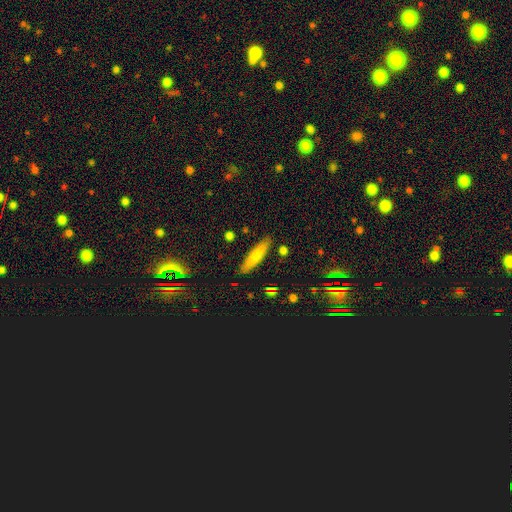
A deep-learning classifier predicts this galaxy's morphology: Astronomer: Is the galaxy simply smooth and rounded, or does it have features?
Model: smooth — 68%.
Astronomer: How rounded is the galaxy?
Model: cigar-shaped — 76%.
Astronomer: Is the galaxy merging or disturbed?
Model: none — 87%.